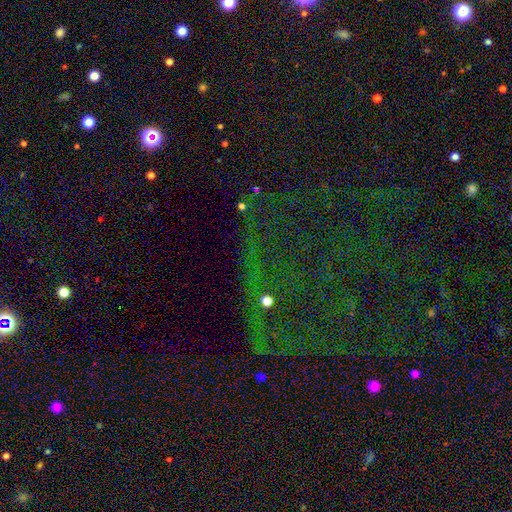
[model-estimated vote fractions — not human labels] This is likely a star or artifact rather than a galaxy (79%).